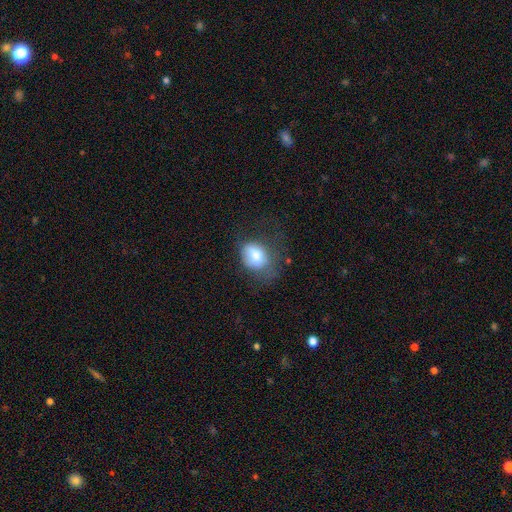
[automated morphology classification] Smooth or featured? smooth (73%)
How rounded? in between (70%)
Merging? none (40%)